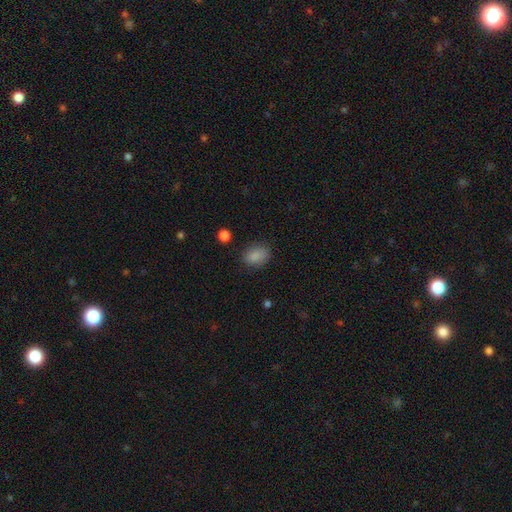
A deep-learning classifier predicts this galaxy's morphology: Q: Smooth or featured?
A: smooth (86%); runner-up: star or artifact (9%)
Q: How rounded?
A: in between (73%); runner-up: round (26%)
Q: Merging?
A: none (81%); runner-up: minor disturbance (14%)